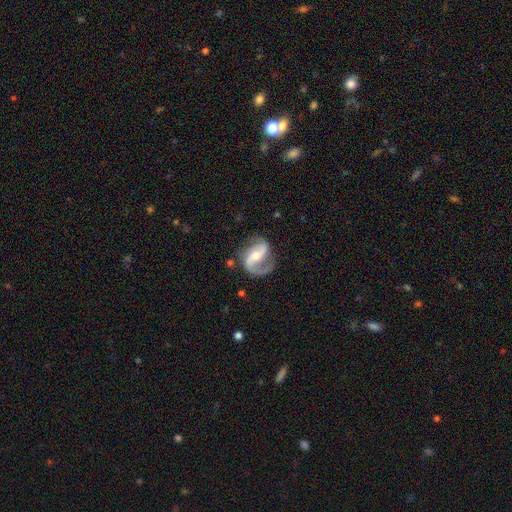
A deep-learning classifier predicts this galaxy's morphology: A featured or disk galaxy (87%) with a weak bar (40%), 2 (76%) medium (47%) spiral arms (96%) and a moderate central bulge (62%).

Vote fractions:
- Smooth or featured? featured or disk: 87% / smooth: 8% / star or artifact: 5%
- Edge-on disk? no: 98% / yes: 2%
- Bar? weak: 40% / no: 31% / strong: 28%
- Spiral arms? yes: 96% / no: 4%
- Spiral winding? medium: 47% / loose: 40% / tight: 13%
- Spiral arm count? 2: 76% / 1: 19% / can't tell: 3% / 3: 1% / 4: 1% / more than 4: 1%
- Bulge size? moderate: 62% / small: 31% / large: 4% / none: 2% / dominant: 1%
- Merging? none: 66% / minor disturbance: 19% / major disturbance: 13% / merger: 2%